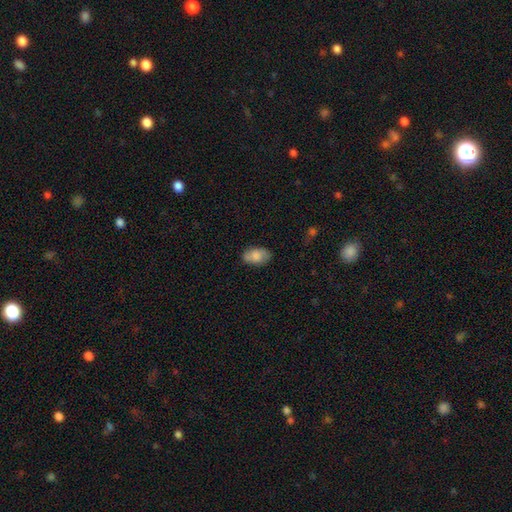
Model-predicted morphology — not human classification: A smooth galaxy with no disk features (78%) that is in between round and cigar-shaped (92%). Merging: none (78%).